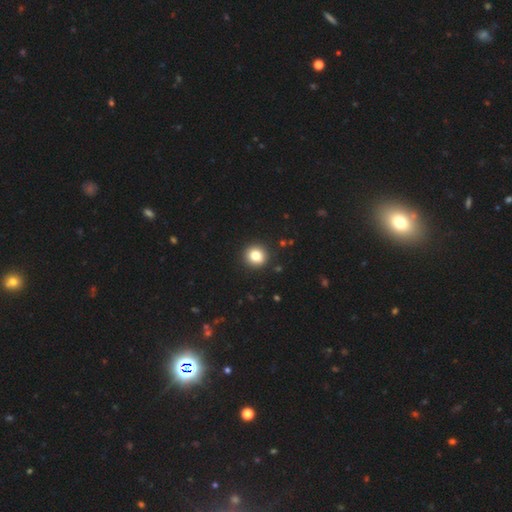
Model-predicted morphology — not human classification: This is clearly a smooth galaxy (82%). How rounded: clearly round (89%). Merging: clearly none (92%).